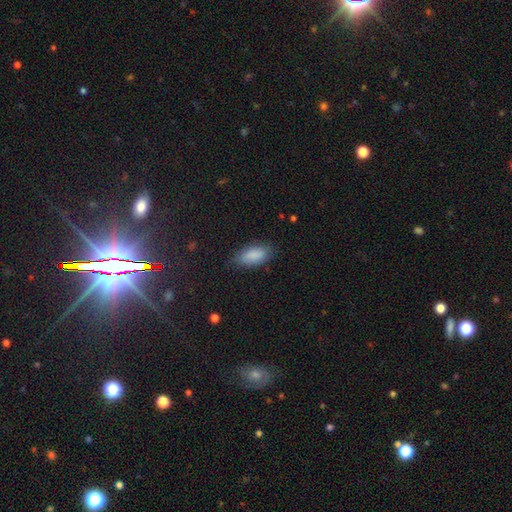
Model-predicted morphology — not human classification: Smooth or featured? smooth (85%)
How rounded? in between (85%)
Merging? none (81%)